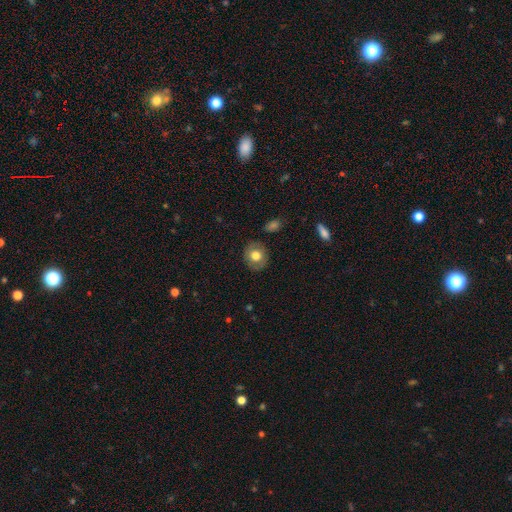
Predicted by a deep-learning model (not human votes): Smooth or featured: smooth — 69% (featured or disk — 23%)
How rounded: round — 75% (in between — 24%)
Merging: none — 86% (minor disturbance — 10%)